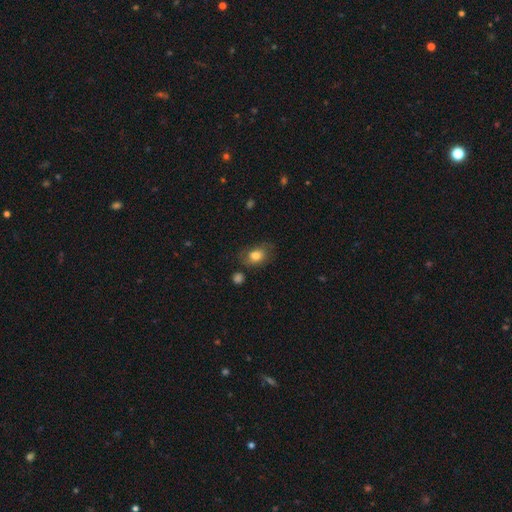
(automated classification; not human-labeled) smooth_or_featured: smooth (p=0.78) [alt: featured or disk p=0.13]
how_rounded: in between (p=0.73) [alt: round p=0.26]
merging: none (p=0.64) [alt: minor disturbance p=0.24]